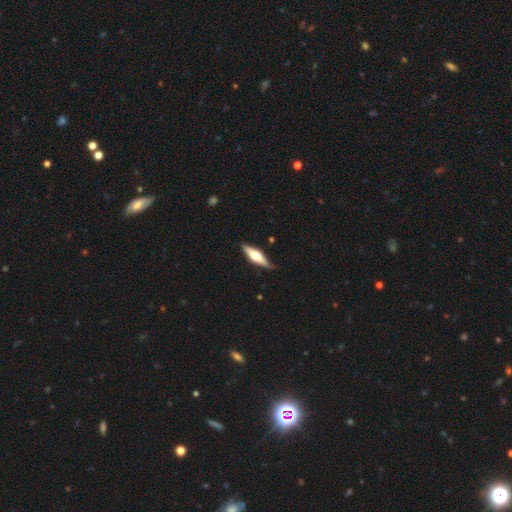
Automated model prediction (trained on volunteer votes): featured or disk 58%, smooth 37%, star or artifact 5%. Down the decision tree: edge-on disk — yes (94%); edge-on bulge — rounded (91%); merging — none (81%).